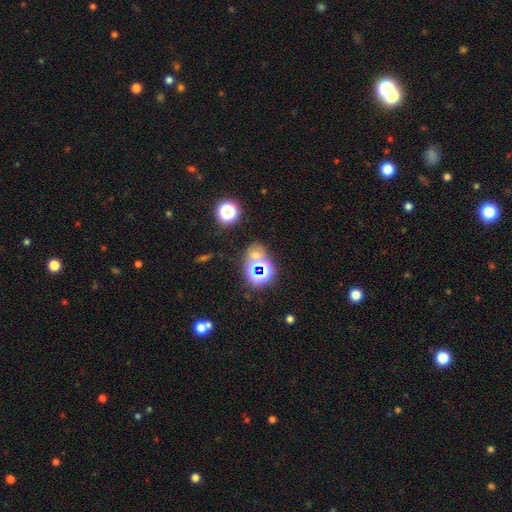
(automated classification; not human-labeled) A star or artifact, not a galaxy (49%).